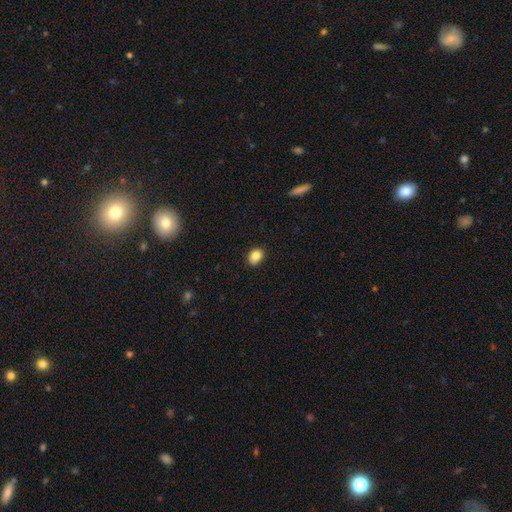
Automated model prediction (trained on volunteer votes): smooth-or-featured: smooth: 84% | star or artifact: 10% | featured or disk: 6%
  how-rounded: in between: 54% | round: 45% | cigar-shaped: 1%
  merging: none: 82% | minor disturbance: 15% | major disturbance: 2% | merger: 1%